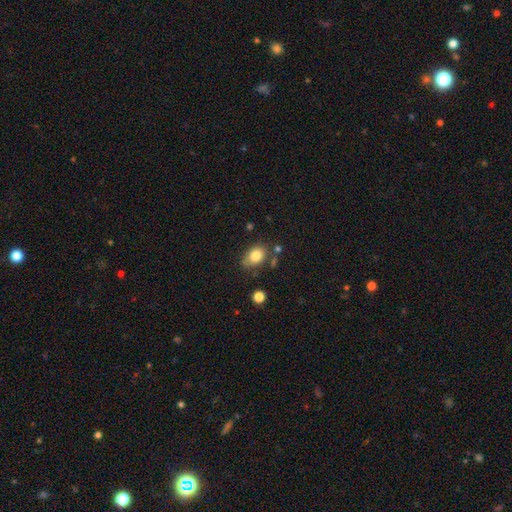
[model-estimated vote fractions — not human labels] Smooth or featured: smooth — 82% (featured or disk — 10%)
How rounded: in between — 76% (round — 23%)
Merging: none — 69% (minor disturbance — 20%)